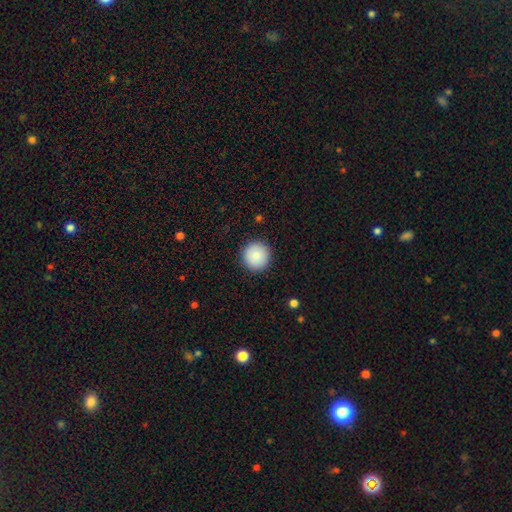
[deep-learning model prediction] Smooth or featured?
  - smooth: 87% *
  - star or artifact: 7%
  - featured or disk: 6%
How rounded?
  - round: 96% *
  - in between: 3%
  - cigar-shaped: 1%
Merging?
  - none: 92% *
  - minor disturbance: 5%
  - major disturbance: 2%
  - merger: 1%